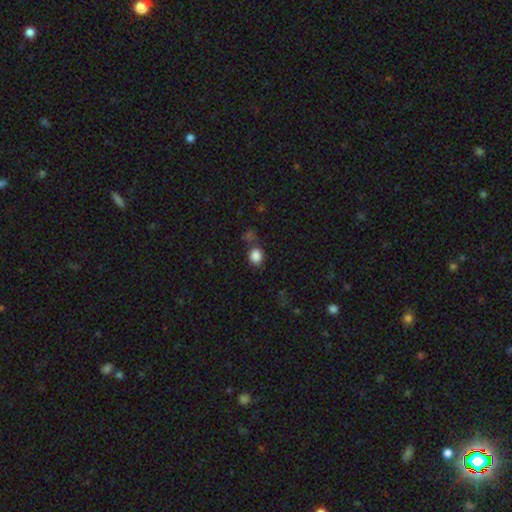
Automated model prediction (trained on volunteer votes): Q: Smooth or featured?
A: smooth (85%); runner-up: star or artifact (11%)
Q: How rounded?
A: round (61%); runner-up: in between (38%)
Q: Merging?
A: none (64%); runner-up: merger (16%)